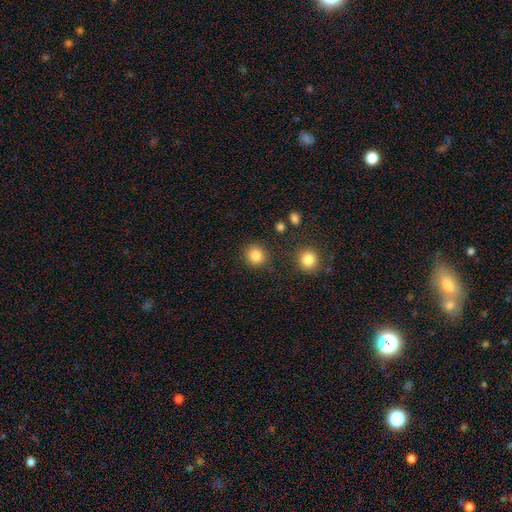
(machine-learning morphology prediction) Smooth or featured? Predicted: smooth (p=0.86). How rounded? Predicted: round (p=0.87). Merging? Predicted: none (p=0.86).